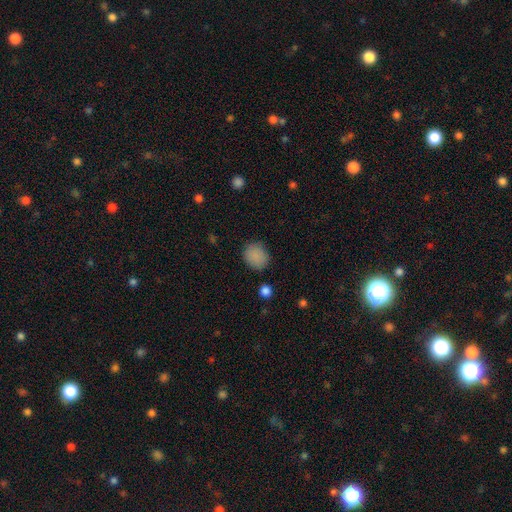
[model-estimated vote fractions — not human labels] This is clearly a smooth galaxy (87%). How rounded: likely round (67%). Merging: clearly none (84%).